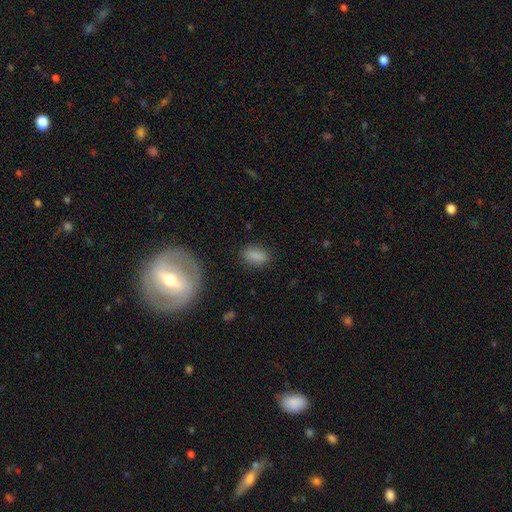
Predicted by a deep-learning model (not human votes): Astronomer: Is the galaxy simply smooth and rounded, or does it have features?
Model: smooth — 86%.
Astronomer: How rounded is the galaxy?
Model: in between — 89%.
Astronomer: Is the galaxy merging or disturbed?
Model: none — 82%.